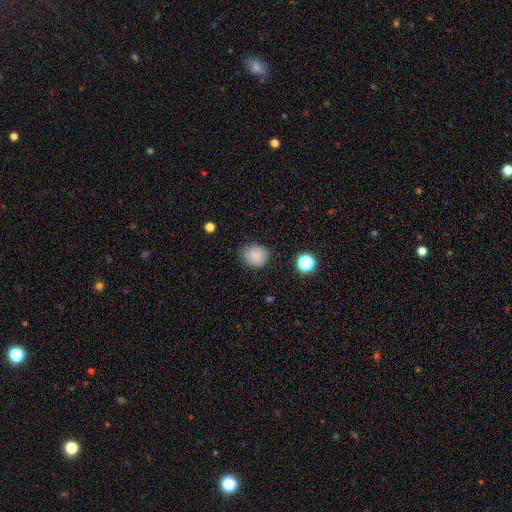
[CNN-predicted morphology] This is clearly a smooth galaxy (82%). How rounded: likely round (72%). Merging: likely none (75%).